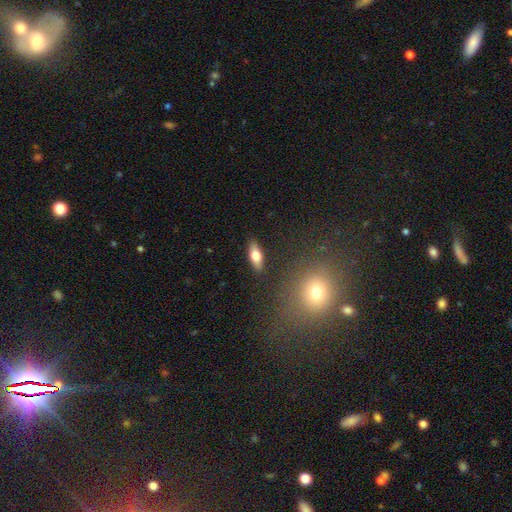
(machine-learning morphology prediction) type=smooth (68%); roundness=in between (73%); merging=none (88%).